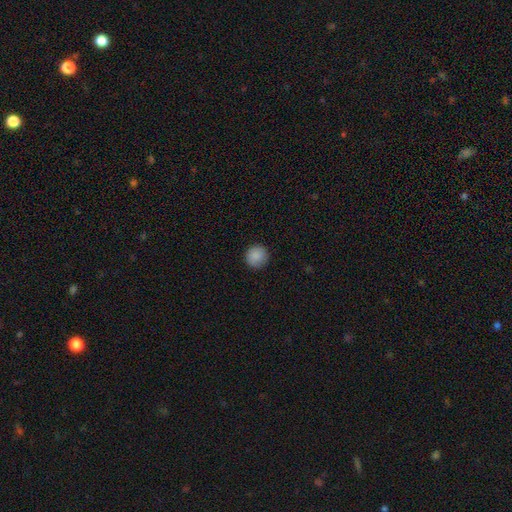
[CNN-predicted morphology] smooth-or-featured: smooth: 89% | star or artifact: 8% | featured or disk: 3%
  how-rounded: round: 94% | in between: 5% | cigar-shaped: 1%
  merging: none: 91% | minor disturbance: 6% | major disturbance: 2% | merger: 1%